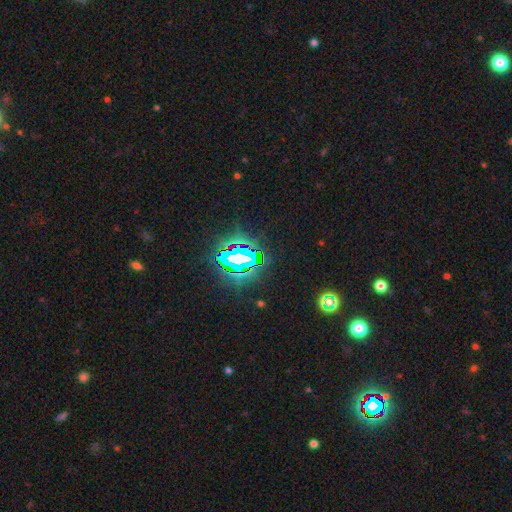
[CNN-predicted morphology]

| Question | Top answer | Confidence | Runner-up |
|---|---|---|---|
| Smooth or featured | star or artifact | 81% | smooth (12%) |